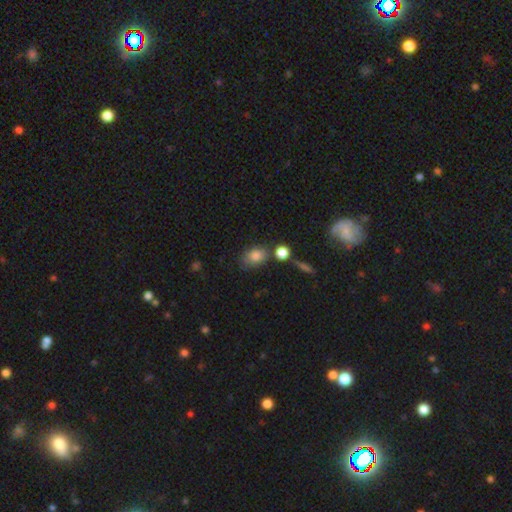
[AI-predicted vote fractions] smooth-or-featured: smooth: 81% | star or artifact: 10% | featured or disk: 9%
  how-rounded: in between: 74% | round: 24% | cigar-shaped: 2%
  merging: none: 60% | minor disturbance: 20% | merger: 14% | major disturbance: 6%